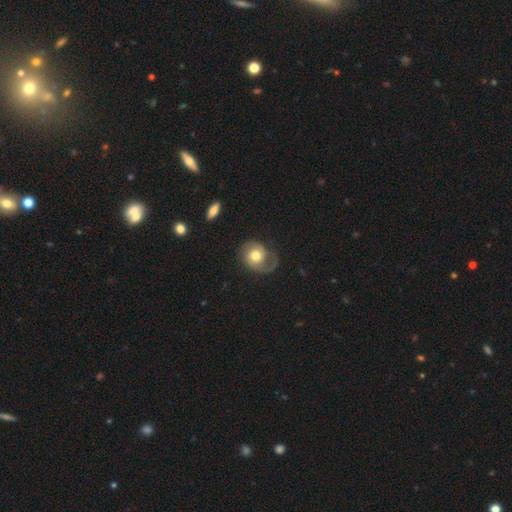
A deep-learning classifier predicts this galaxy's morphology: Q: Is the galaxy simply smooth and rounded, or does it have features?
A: featured or disk — 54%.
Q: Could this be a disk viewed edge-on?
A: no — 97%.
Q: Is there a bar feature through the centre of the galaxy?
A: no — 77%.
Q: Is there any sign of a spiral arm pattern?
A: yes — 82%.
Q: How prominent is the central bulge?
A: moderate — 66%.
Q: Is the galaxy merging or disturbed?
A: none — 53%.